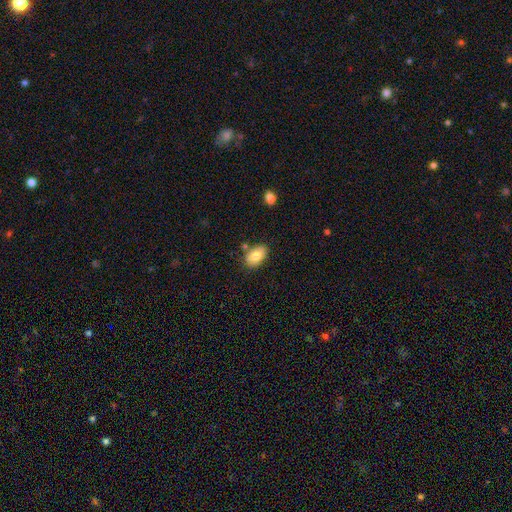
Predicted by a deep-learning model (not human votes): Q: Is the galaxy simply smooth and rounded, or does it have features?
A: smooth — 83%.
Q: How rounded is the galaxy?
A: in between — 91%.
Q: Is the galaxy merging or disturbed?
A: none — 77%.